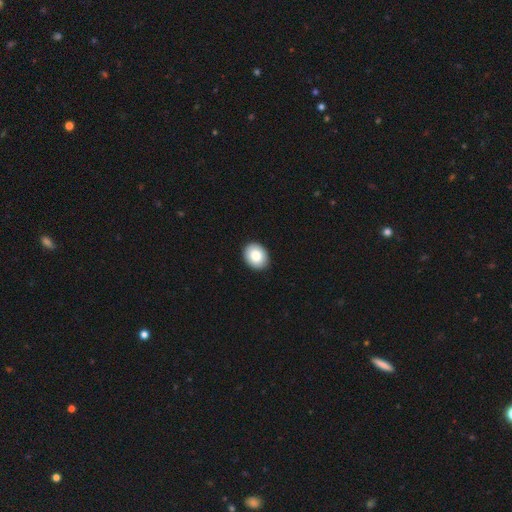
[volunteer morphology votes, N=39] Smooth or featured: smooth — 79% (featured or disk — 13%)
How rounded: in between — 52% (round — 48%)
Merging: none — 89% (minor disturbance — 6%)